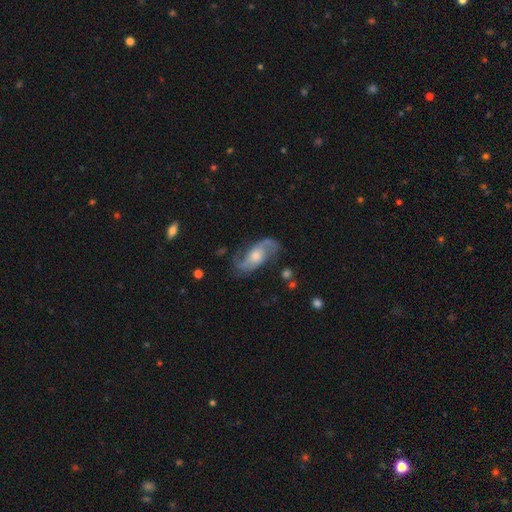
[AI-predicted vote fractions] A featured or disk galaxy (81%) with no bar (60%), 2 (87%) loose (43%) spiral arms (94%) and a moderate central bulge (54%). Merging: none (69%).